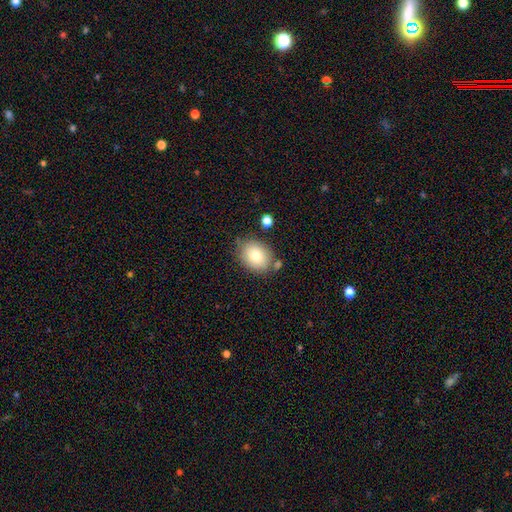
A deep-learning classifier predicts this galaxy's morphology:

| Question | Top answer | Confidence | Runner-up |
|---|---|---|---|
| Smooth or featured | smooth | 80% | featured or disk (11%) |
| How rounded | in between | 64% | round (35%) |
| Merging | none | 74% | minor disturbance (15%) |